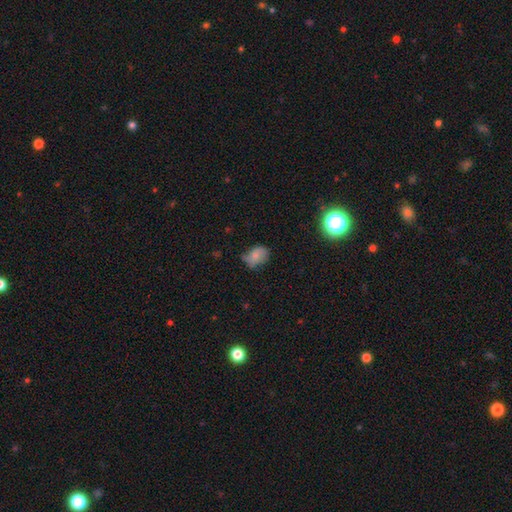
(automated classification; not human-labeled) Morphology: type=smooth (63%); roundness=in between (73%); merging=none (45%).